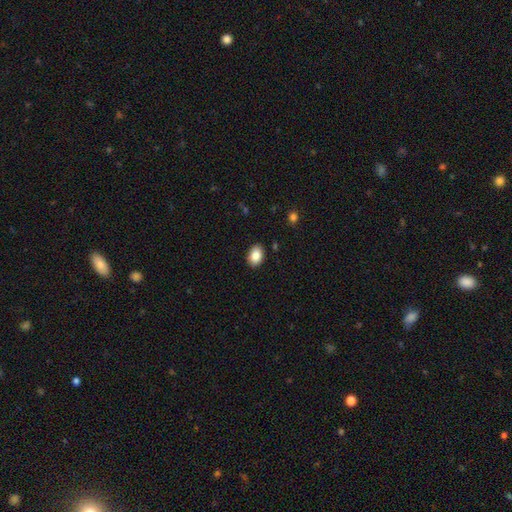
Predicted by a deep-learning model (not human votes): This appears to be a smooth galaxy with no disk features (85%) that is in between round and cigar-shaped (82%). Merging: none (89%).